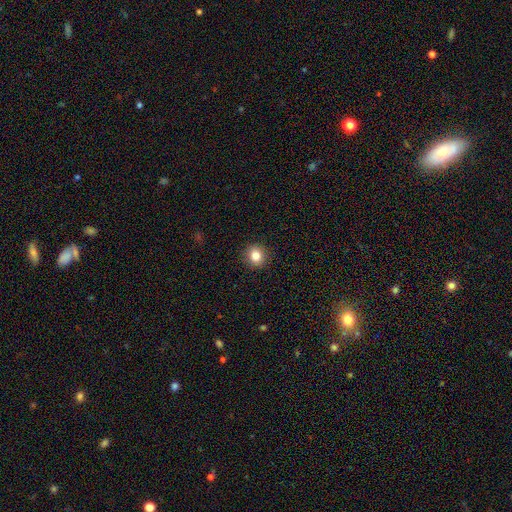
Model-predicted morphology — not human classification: Smooth or featured?
  - smooth: 83% *
  - star or artifact: 10%
  - featured or disk: 7%
How rounded?
  - round: 86% *
  - in between: 13%
  - cigar-shaped: 1%
Merging?
  - none: 92% *
  - minor disturbance: 5%
  - major disturbance: 2%
  - merger: 1%